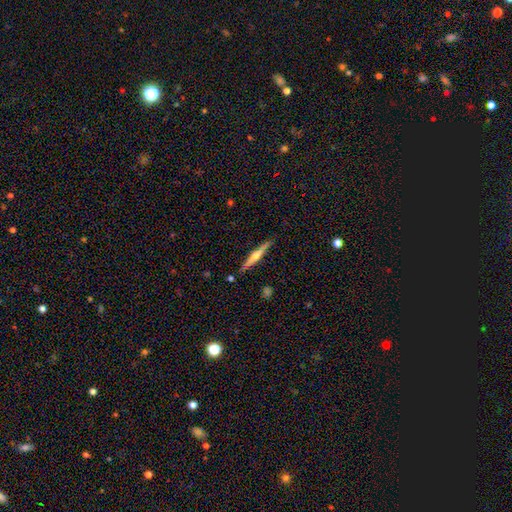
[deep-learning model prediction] Smooth or featured? featured or disk (65%)
Edge-on disk? yes (97%)
Edge-on bulge? rounded (82%)
Merging? none (88%)